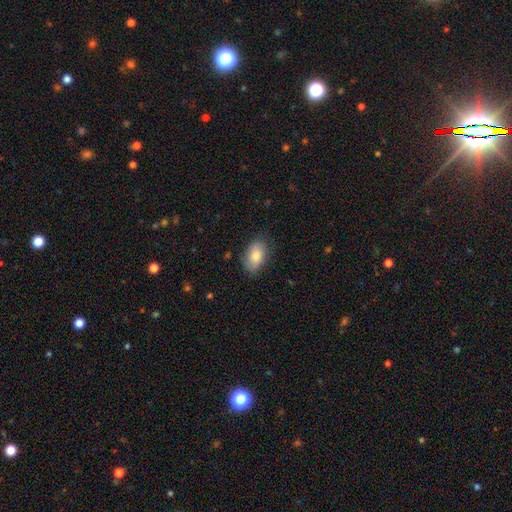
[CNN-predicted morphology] Smooth or featured? Predicted: smooth (p=0.77). How rounded? Predicted: in between (p=0.91). Merging? Predicted: none (p=0.77).